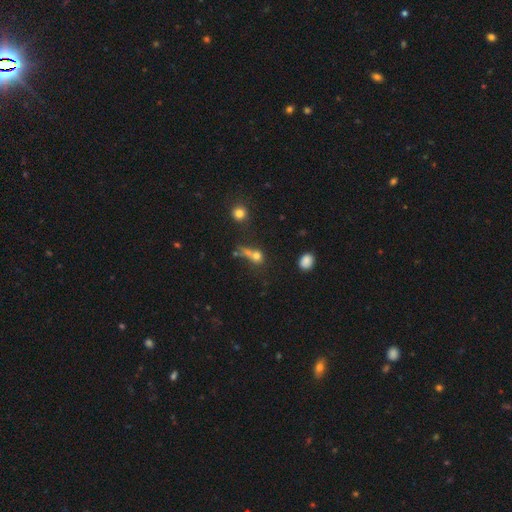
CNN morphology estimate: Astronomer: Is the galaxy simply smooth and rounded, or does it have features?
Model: smooth — 66%.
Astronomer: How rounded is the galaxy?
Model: round — 73%.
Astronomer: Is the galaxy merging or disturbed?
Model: merger — 40% (runner-up: none, 38%).